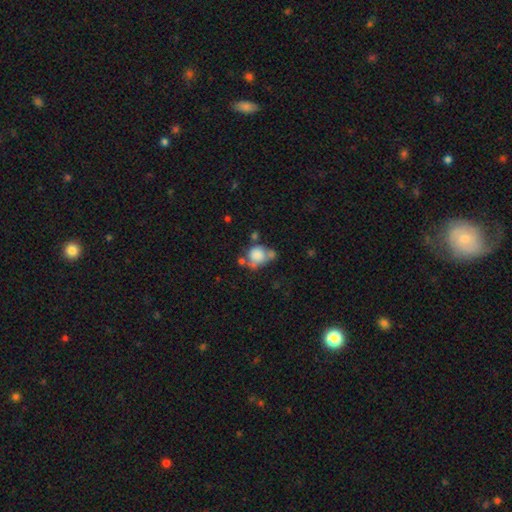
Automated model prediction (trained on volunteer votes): smooth-or-featured: smooth: 75% | featured or disk: 15% | star or artifact: 10%
  how-rounded: round: 66% | in between: 32% | cigar-shaped: 1%
  merging: merger: 37% | none: 32% | minor disturbance: 19% | major disturbance: 13%